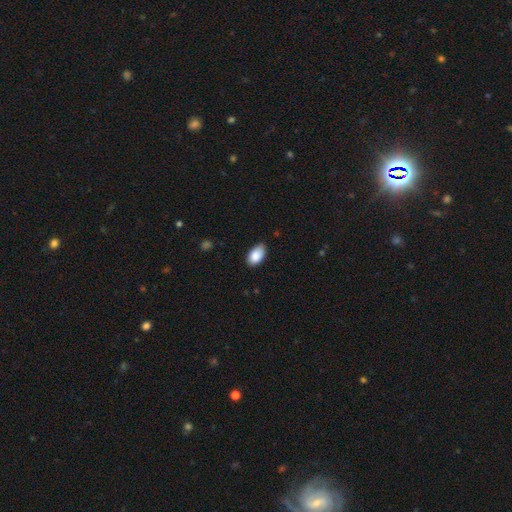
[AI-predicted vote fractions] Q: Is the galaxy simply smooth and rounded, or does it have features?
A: smooth — 88%.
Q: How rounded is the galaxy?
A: in between — 94%.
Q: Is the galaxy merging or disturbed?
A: none — 80%.